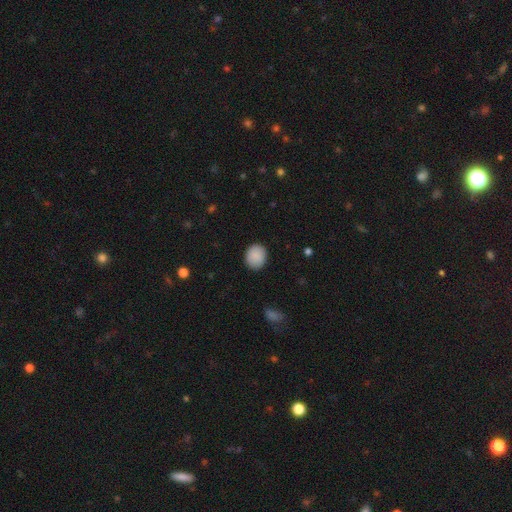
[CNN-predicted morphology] type=smooth (89%); roundness=round (73%); merging=none (89%).